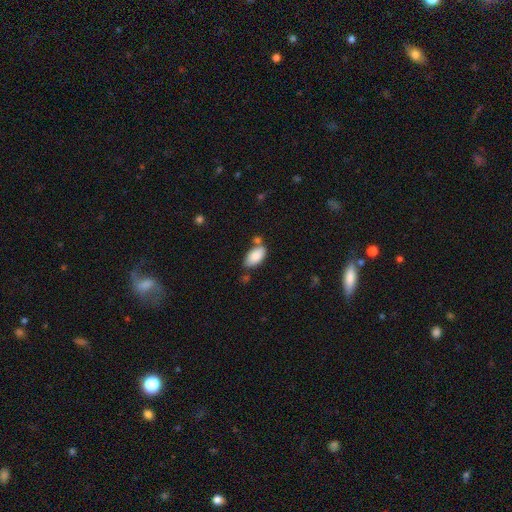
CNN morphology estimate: Smooth or featured? smooth (87%)
How rounded? in between (94%)
Merging? none (62%)